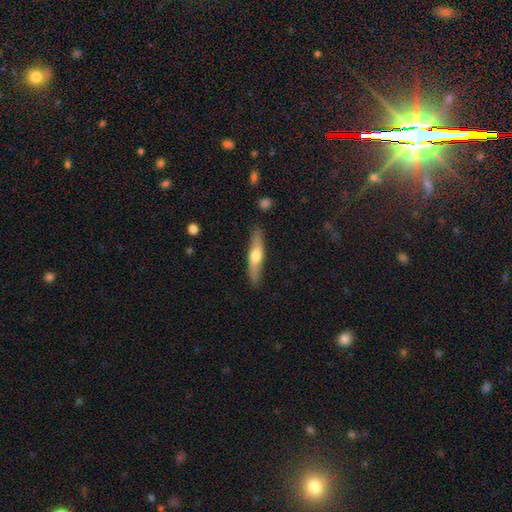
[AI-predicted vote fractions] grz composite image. It shows a featured or disk galaxy (51%) viewed edge-on (89%). Merging: none (86%).